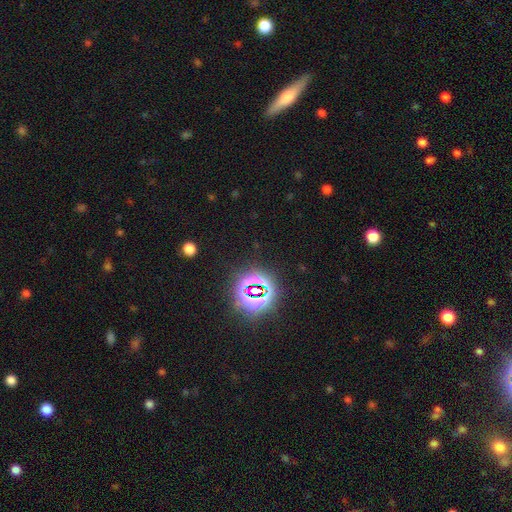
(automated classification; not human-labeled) star or artifact 75%, smooth 16%, featured or disk 9%.